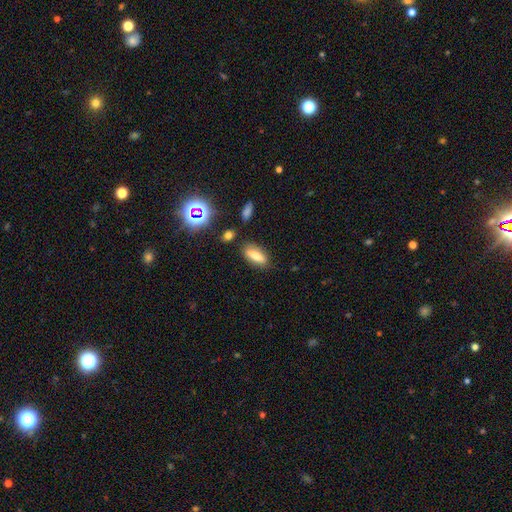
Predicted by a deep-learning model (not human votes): smooth-or-featured: smooth: 72% | featured or disk: 16% | star or artifact: 11%
  how-rounded: in between: 67% | cigar-shaped: 30% | round: 3%
  merging: none: 79% | minor disturbance: 14% | merger: 4% | major disturbance: 4%